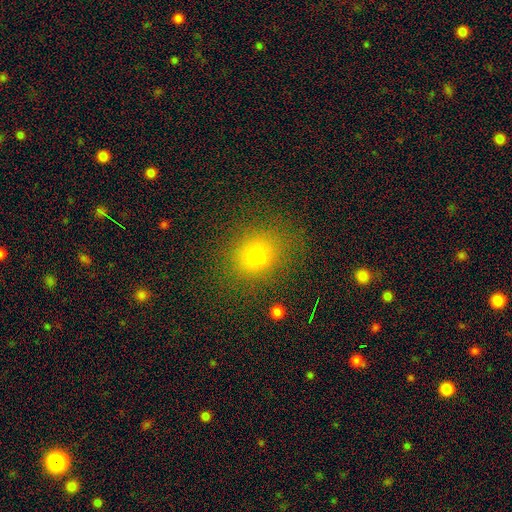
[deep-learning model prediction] smooth-or-featured: smooth: 66% | star or artifact: 19% | featured or disk: 15%
  how-rounded: round: 75% | in between: 24% | cigar-shaped: 1%
  merging: none: 59% | merger: 24% | minor disturbance: 11% | major disturbance: 5%